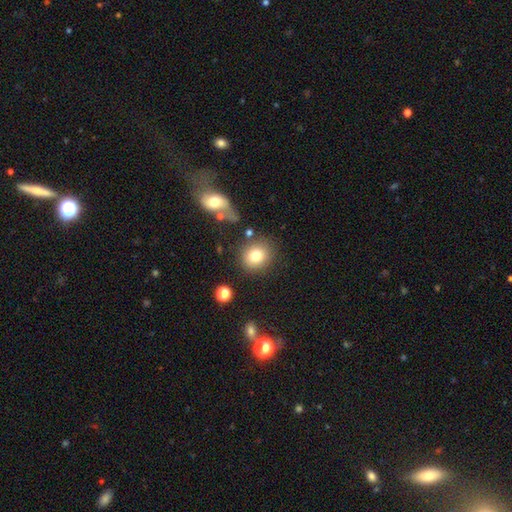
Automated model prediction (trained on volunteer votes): smooth_or_featured: smooth (p=0.80) [alt: featured or disk p=0.10]
how_rounded: round (p=0.77) [alt: in between p=0.22]
merging: none (p=0.76) [alt: minor disturbance p=0.12]